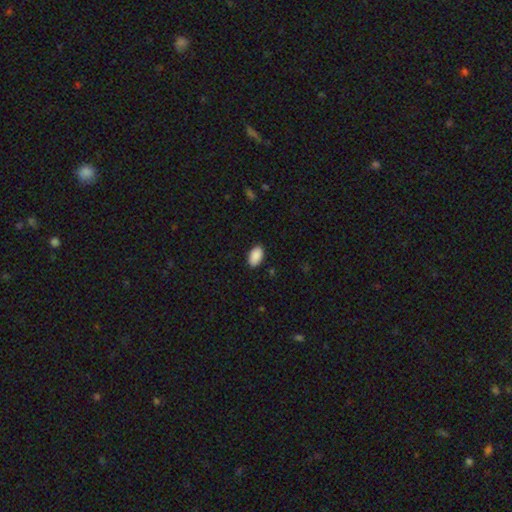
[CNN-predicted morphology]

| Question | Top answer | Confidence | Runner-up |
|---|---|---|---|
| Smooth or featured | smooth | 90% | star or artifact (7%) |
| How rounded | in between | 95% | round (4%) |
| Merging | none | 87% | minor disturbance (10%) |